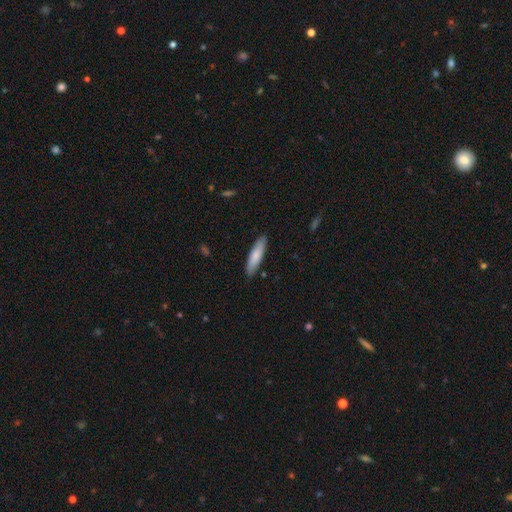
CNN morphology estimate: Q: Smooth or featured?
A: smooth (79%); runner-up: featured or disk (16%)
Q: How rounded?
A: cigar-shaped (71%); runner-up: in between (27%)
Q: Merging?
A: none (87%); runner-up: minor disturbance (10%)